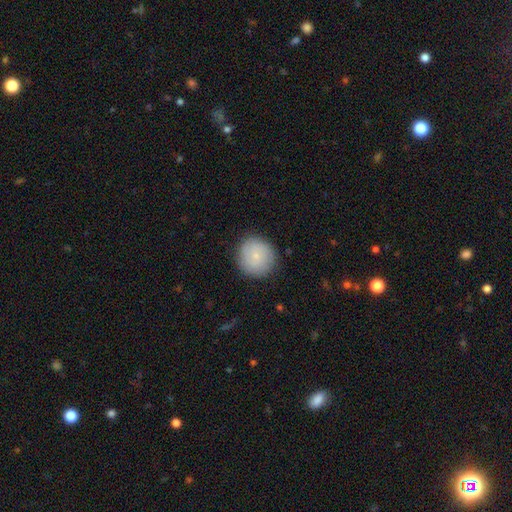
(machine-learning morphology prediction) Overall: smooth (73%). How rounded: round (90%). Merging: none (86%).